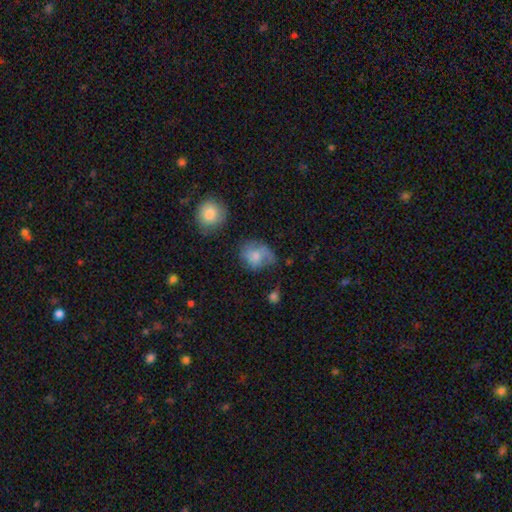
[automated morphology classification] Smooth or featured: smooth — 65% (featured or disk — 26%)
How rounded: round — 51% (in between — 48%)
Merging: none — 40% (minor disturbance — 32%)